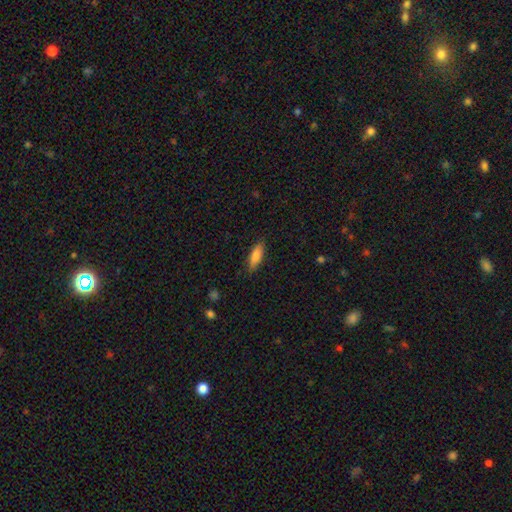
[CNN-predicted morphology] This is likely a smooth galaxy (79%). How rounded: possibly in between (54%). Merging: clearly none (84%).